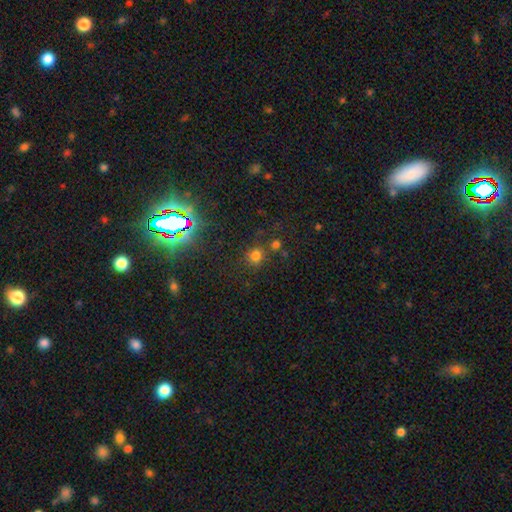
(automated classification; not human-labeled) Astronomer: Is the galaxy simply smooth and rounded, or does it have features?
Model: smooth — 68%.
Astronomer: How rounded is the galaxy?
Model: round — 83%.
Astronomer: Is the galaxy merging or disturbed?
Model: none — 68%.